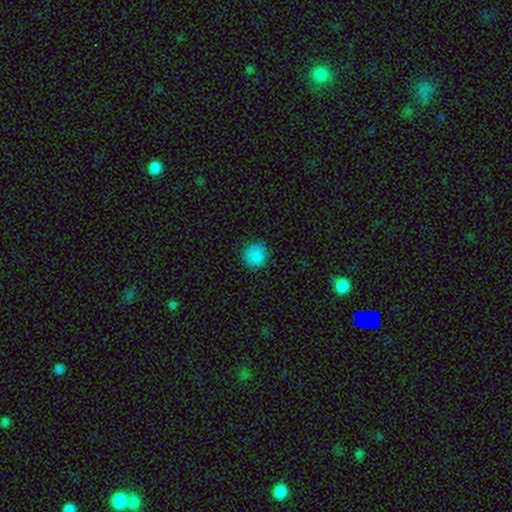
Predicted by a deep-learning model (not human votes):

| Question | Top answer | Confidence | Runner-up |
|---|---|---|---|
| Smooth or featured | smooth | 86% | star or artifact (10%) |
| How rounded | round | 90% | in between (9%) |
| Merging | none | 85% | minor disturbance (12%) |